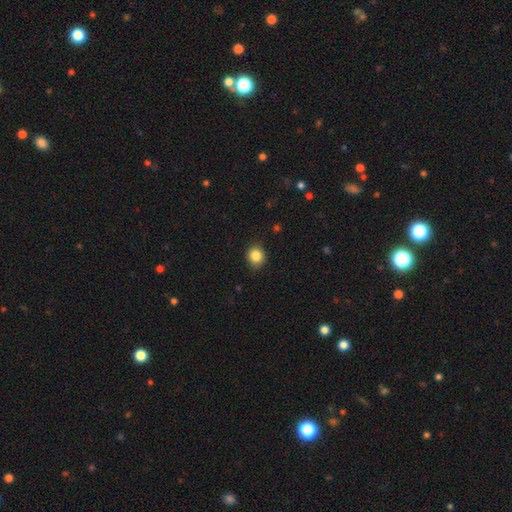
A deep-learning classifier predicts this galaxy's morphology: A smooth galaxy with no disk features (85%) that is round (82%).

Vote fractions:
- Smooth or featured? smooth: 85% / star or artifact: 10% / featured or disk: 5%
- How rounded? round: 82% / in between: 17% / cigar-shaped: 1%
- Merging? none: 86% / minor disturbance: 11% / major disturbance: 2% / merger: 1%